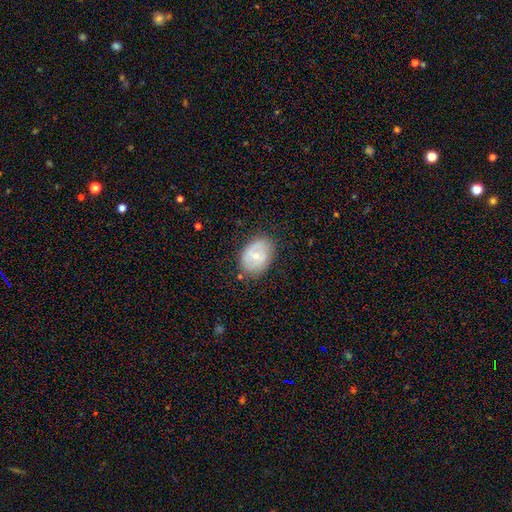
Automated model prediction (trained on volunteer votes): Morphology: type=featured or disk (48%); merging=none (75%).